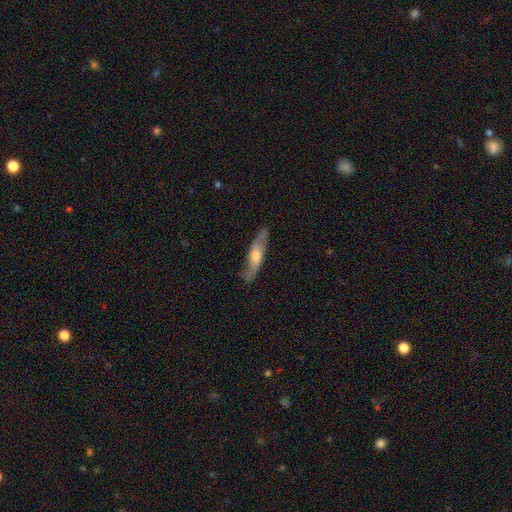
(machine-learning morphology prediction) smooth-or-featured: featured or disk: 54% | smooth: 40% | star or artifact: 6%
  disk-edge-on: yes: 56% | no: 44%
  merging: none: 80% | minor disturbance: 15% | major disturbance: 4% | merger: 1%